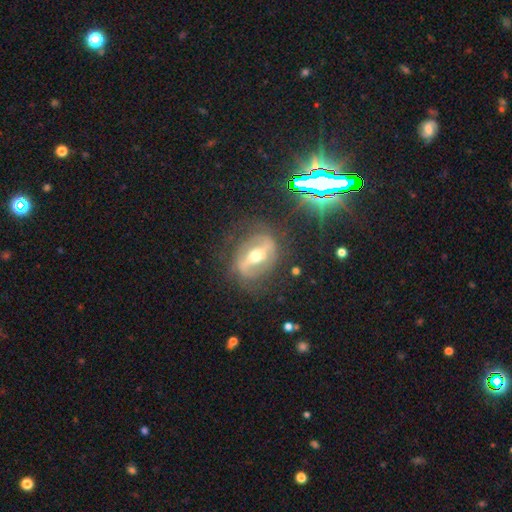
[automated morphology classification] Smooth or featured? Predicted: featured or disk (p=0.76). Edge-on disk? Predicted: no (p=0.88). Bar? Predicted: strong (p=0.71). Spiral arms? Predicted: yes (p=0.67). Bulge size? Predicted: moderate (p=0.71). Merging? Predicted: none (p=0.74).